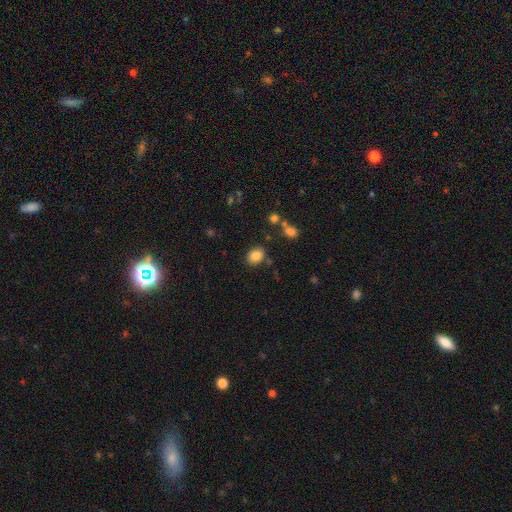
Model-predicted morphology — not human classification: smooth-or-featured: smooth: 85% | star or artifact: 10% | featured or disk: 5%
  how-rounded: in between: 60% | round: 39% | cigar-shaped: 1%
  merging: none: 80% | minor disturbance: 12% | merger: 5% | major disturbance: 4%